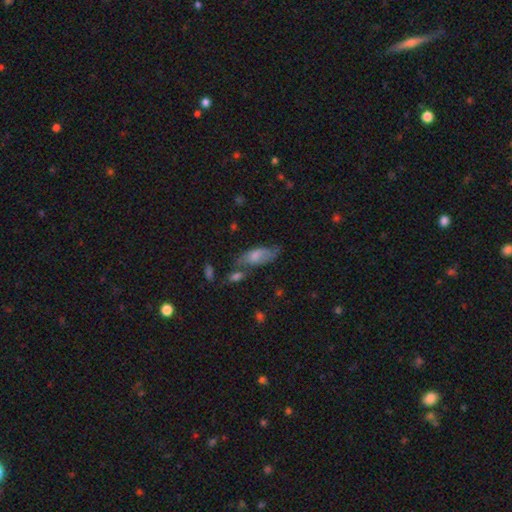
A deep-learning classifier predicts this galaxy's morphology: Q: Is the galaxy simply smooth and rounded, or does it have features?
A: smooth — 62%.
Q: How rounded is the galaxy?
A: in between — 79%.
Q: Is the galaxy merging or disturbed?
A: none — 45%.